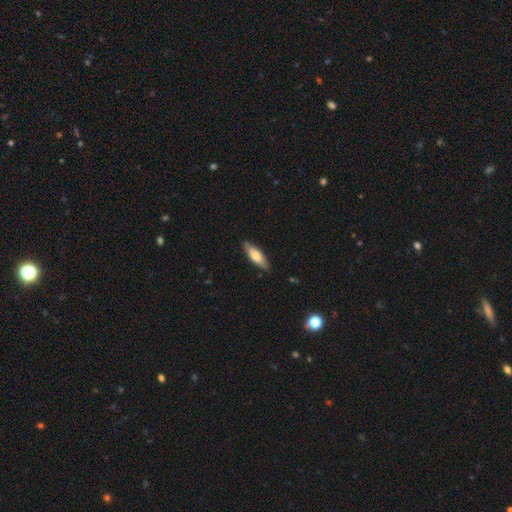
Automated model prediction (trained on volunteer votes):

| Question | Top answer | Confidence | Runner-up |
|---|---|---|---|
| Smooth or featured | smooth | 72% | featured or disk (22%) |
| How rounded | in between | 53% | cigar-shaped (45%) |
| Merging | none | 86% | minor disturbance (11%) |